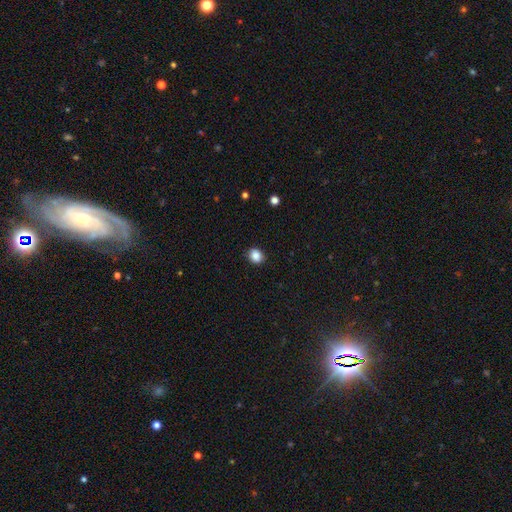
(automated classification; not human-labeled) A smooth galaxy with no disk features (87%) that is round (68%). Merging: none (90%).